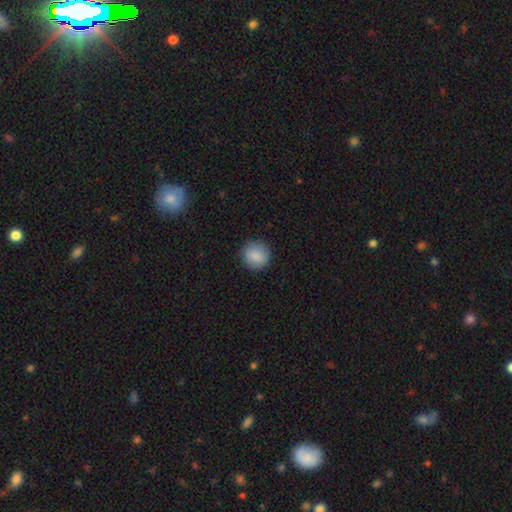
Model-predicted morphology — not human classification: type=smooth (88%); roundness=round (92%); merging=none (90%).